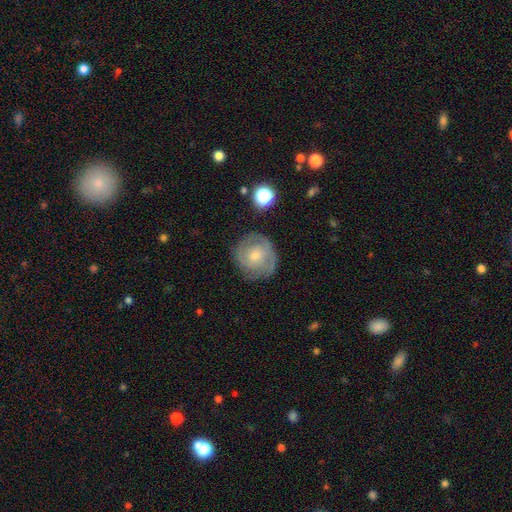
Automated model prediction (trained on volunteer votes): This appears to be a featured or disk galaxy (63%) with no bar (67%), tight (59%) spiral arms (84%) and a small central bulge (52%). Merging: none (74%).